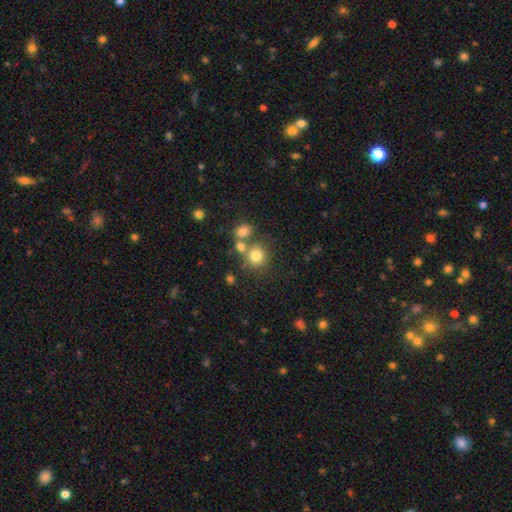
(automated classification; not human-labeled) A smooth galaxy with no disk features (77%) that is round (85%).

Vote fractions:
- Smooth or featured? smooth: 77% / star or artifact: 13% / featured or disk: 10%
- How rounded? round: 85% / in between: 15% / cigar-shaped: 1%
- Merging? none: 59% / merger: 27% / minor disturbance: 10% / major disturbance: 4%